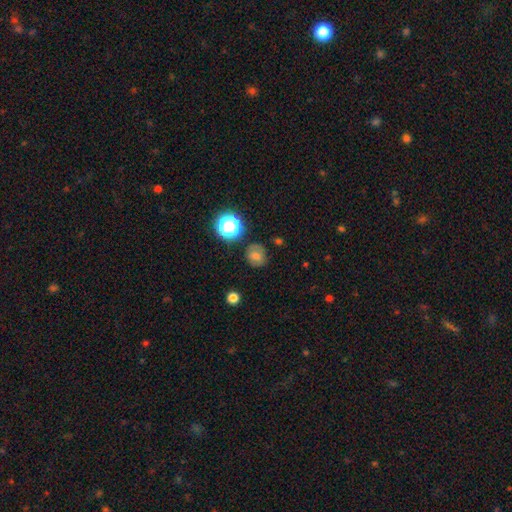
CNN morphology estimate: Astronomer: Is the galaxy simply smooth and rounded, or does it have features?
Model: smooth — 70%.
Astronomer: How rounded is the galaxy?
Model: round — 79%.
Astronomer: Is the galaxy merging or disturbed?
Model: none — 76%.